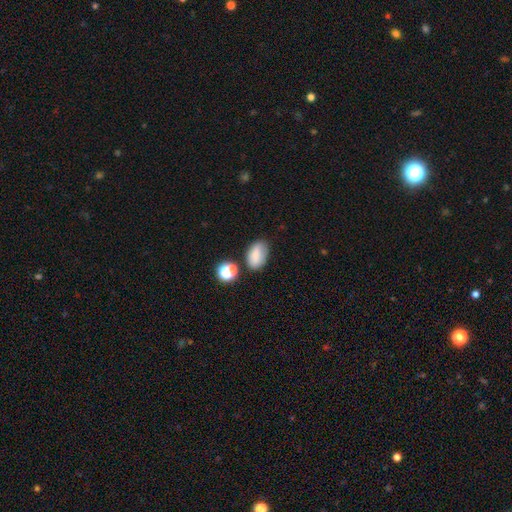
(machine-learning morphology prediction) smooth 80%, star or artifact 12%, featured or disk 9%. Down the decision tree: how rounded — in between (87%); merging — none (65%).